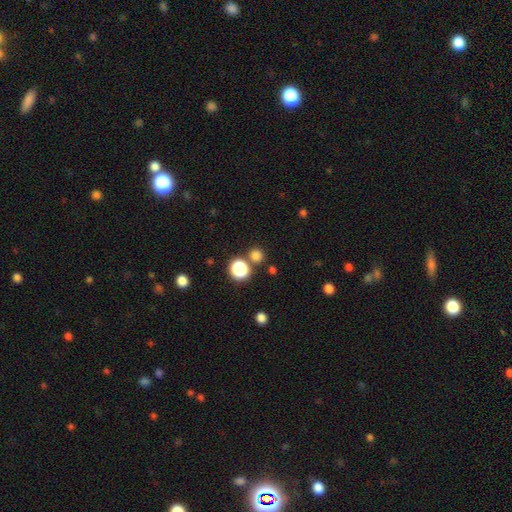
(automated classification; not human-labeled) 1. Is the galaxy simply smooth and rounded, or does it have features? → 76% smooth, 20% star or artifact, 5% featured or disk.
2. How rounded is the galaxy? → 91% round, 8% in between, 1% cigar-shaped.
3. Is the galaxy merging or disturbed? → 78% none, 12% merger, 7% minor disturbance, 3% major disturbance.